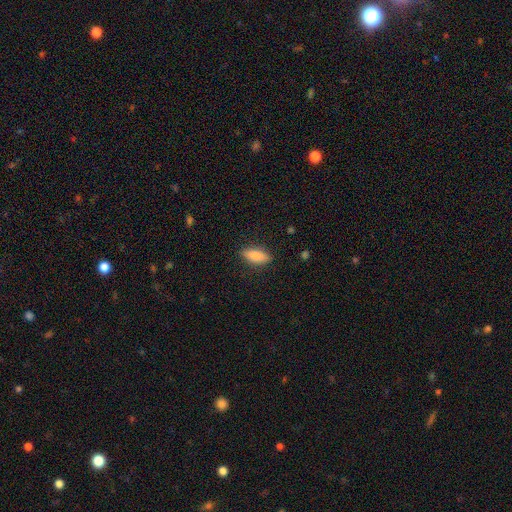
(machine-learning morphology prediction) A smooth galaxy with no disk features (81%) that is in between round and cigar-shaped (67%).

Vote fractions:
- Smooth or featured? smooth: 81% / featured or disk: 12% / star or artifact: 7%
- How rounded? in between: 67% / cigar-shaped: 30% / round: 3%
- Merging? none: 86% / minor disturbance: 10% / major disturbance: 2% / merger: 1%